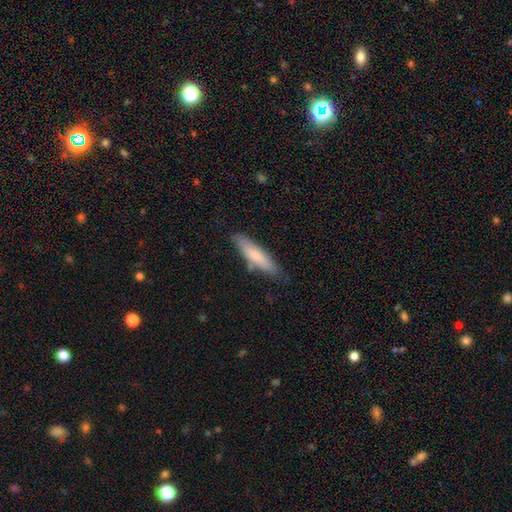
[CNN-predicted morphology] Overall: smooth (73%). How rounded: cigar-shaped (77%). Merging: none (77%).